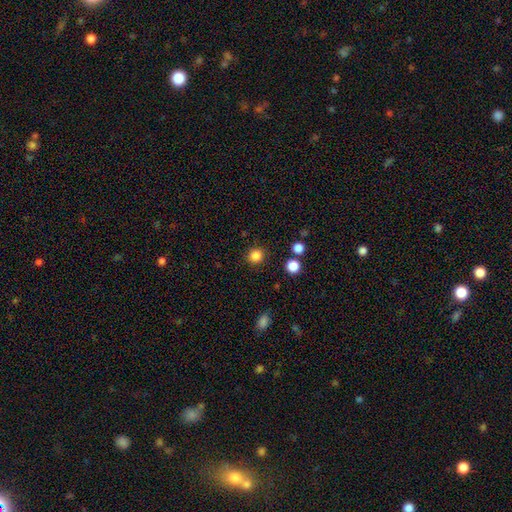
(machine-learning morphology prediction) Smooth or featured?
  - smooth: 84% *
  - star or artifact: 12%
  - featured or disk: 3%
How rounded?
  - round: 88% *
  - in between: 11%
  - cigar-shaped: 1%
Merging?
  - none: 88% *
  - minor disturbance: 7%
  - major disturbance: 3%
  - merger: 2%